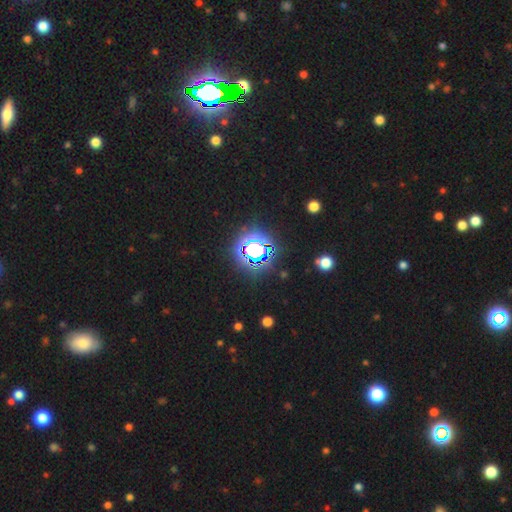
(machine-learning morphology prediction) star or artifact 77%, smooth 15%, featured or disk 8%.